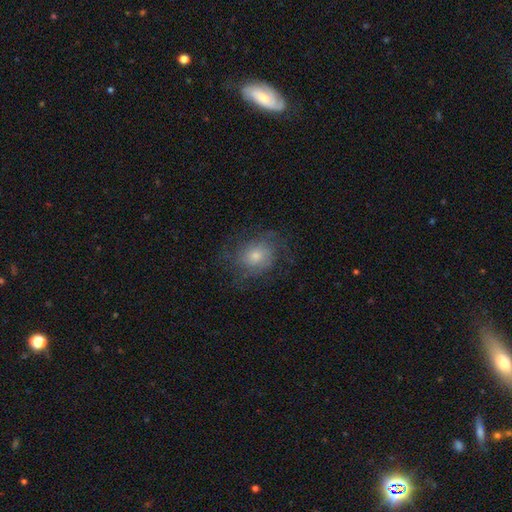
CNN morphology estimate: The model was most divided on "smooth or featured": featured or disk: 49%, smooth: 38%, star or artifact: 13%. More confident: merging — none (69%).